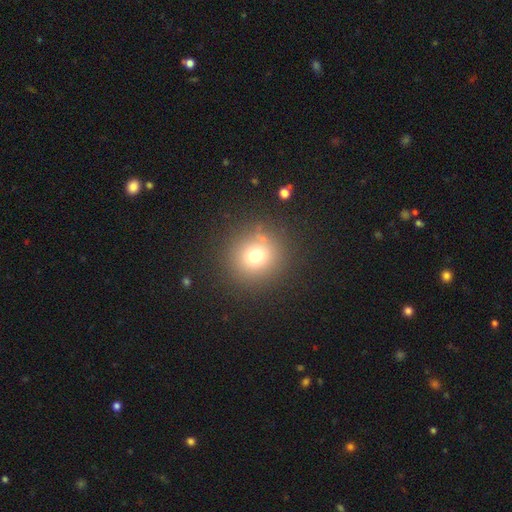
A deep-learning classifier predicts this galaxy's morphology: Smooth or featured? Predicted: smooth (p=0.72). How rounded? Predicted: round (p=0.92). Merging? Predicted: none (p=0.85).